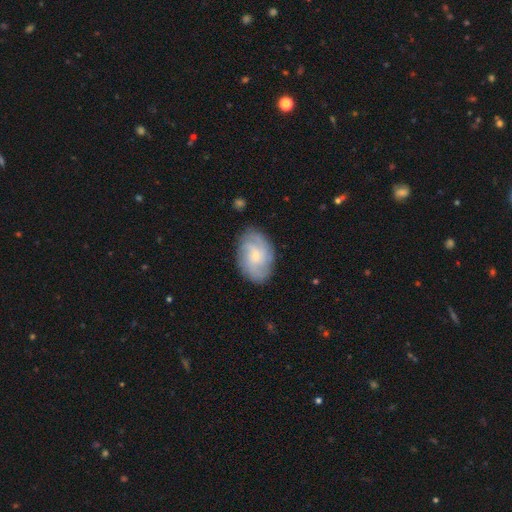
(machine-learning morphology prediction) The model was most divided on "spiral winding": tight: 48%, medium: 38%, loose: 14%. Remaining: edge-on disk — no (97%); spiral arms — yes (91%); merging — none (81%); bulge size — small (74%); bar — no (69%); smooth or featured — featured or disk (66%); spiral arm count — can't tell (36%).